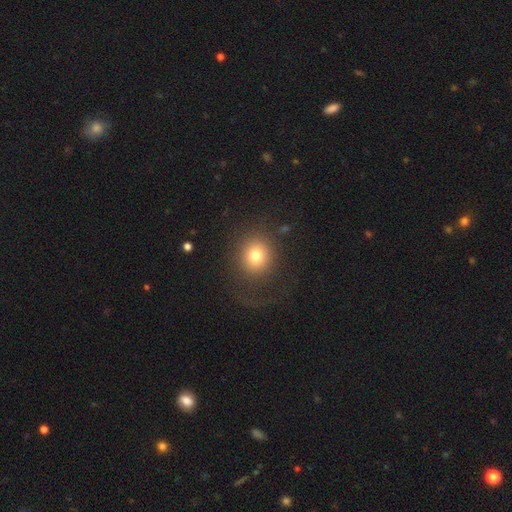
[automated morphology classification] Smooth or featured? smooth (76%)
How rounded? round (82%)
Merging? none (72%)